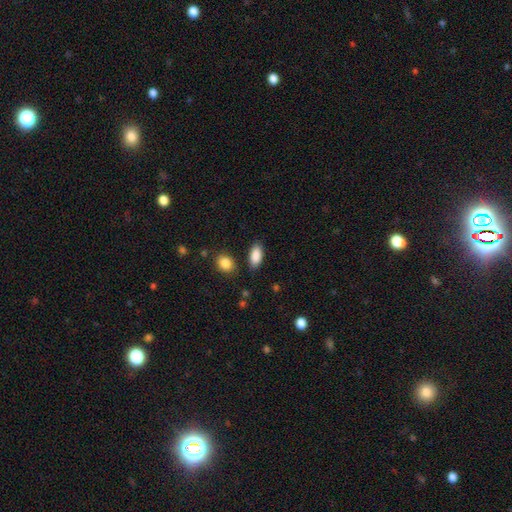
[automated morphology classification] The model was most divided on "merging": none: 84%, minor disturbance: 10%, merger: 3%, major disturbance: 3%. More confident: how rounded — in between (90%); smooth or featured — smooth (89%).